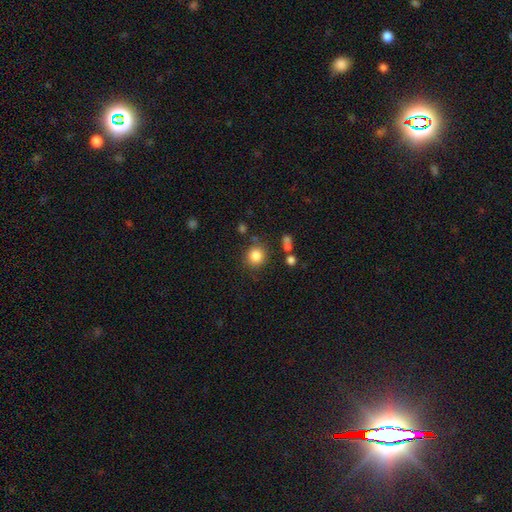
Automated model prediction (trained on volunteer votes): This appears to be a smooth galaxy with no disk features (84%) that is round (88%). Merging: none (81%).